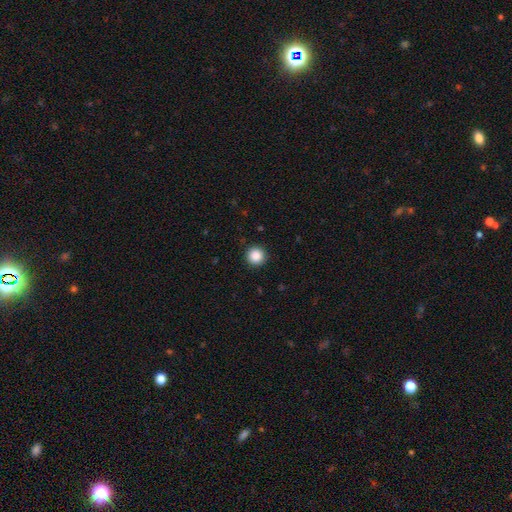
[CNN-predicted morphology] This is clearly a smooth galaxy (87%). How rounded: clearly round (96%). Merging: clearly none (93%).